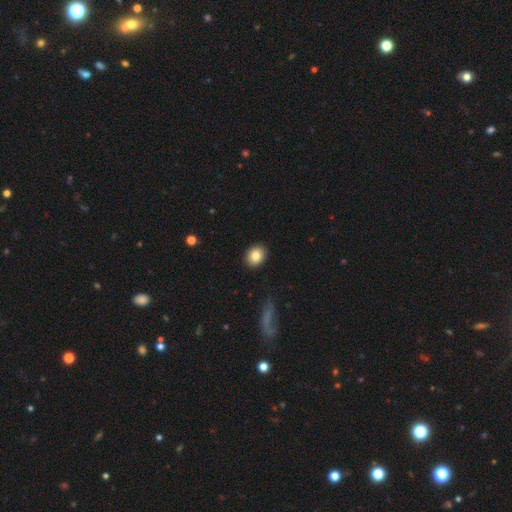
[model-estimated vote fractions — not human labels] The model was most divided on "how rounded": round: 53%, in between: 45%, cigar-shaped: 1%. More confident: merging — none (90%); smooth or featured — smooth (83%).